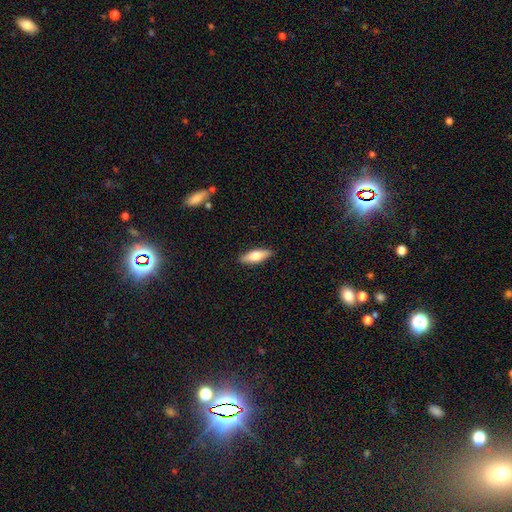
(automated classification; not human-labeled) A smooth galaxy with no disk features (68%) that is in between round and cigar-shaped (58%). Merging: none (89%).